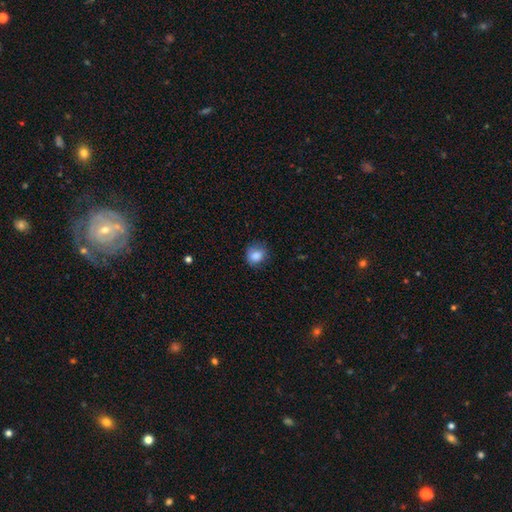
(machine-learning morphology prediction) type=smooth (85%); roundness=round (70%); merging=none (71%).